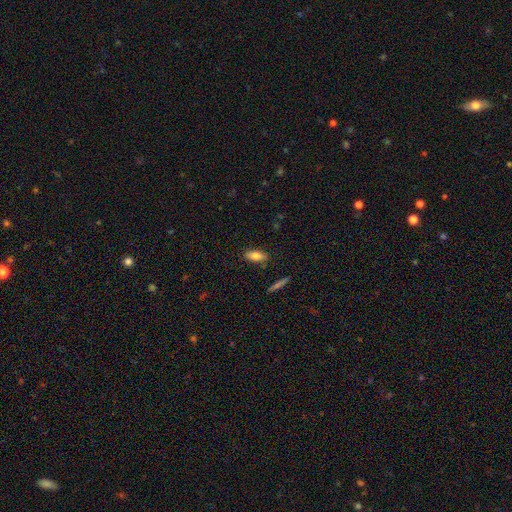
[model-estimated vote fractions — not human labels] Q: Smooth or featured?
A: smooth (74%); runner-up: featured or disk (19%)
Q: How rounded?
A: in between (79%); runner-up: cigar-shaped (18%)
Q: Merging?
A: none (85%); runner-up: minor disturbance (10%)